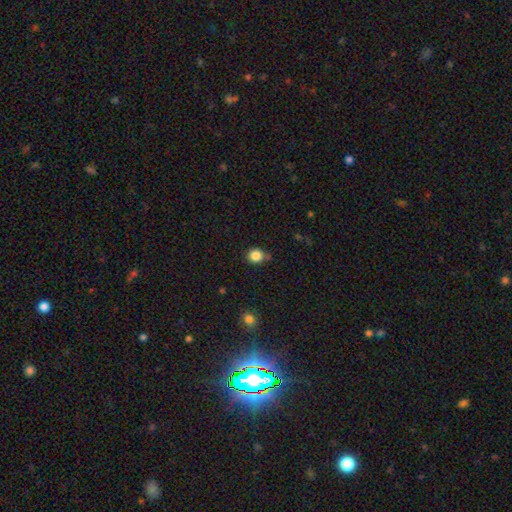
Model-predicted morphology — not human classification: smooth_or_featured: smooth (p=0.85) [alt: star or artifact p=0.11]
how_rounded: round (p=0.84) [alt: in between p=0.15]
merging: none (p=0.76) [alt: minor disturbance p=0.15]